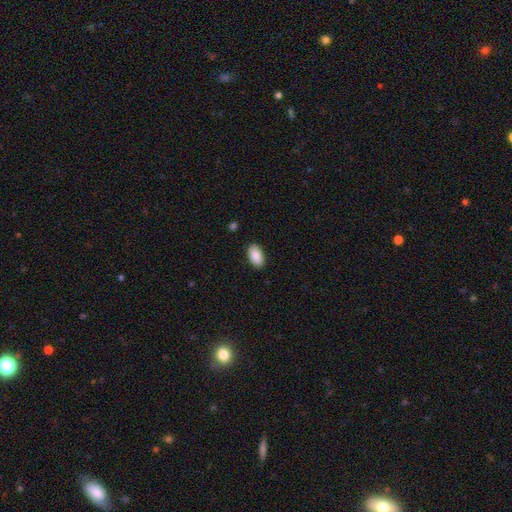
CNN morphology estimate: smooth-or-featured: smooth: 88% | star or artifact: 6% | featured or disk: 6%
  how-rounded: in between: 95% | round: 3% | cigar-shaped: 2%
  merging: none: 88% | minor disturbance: 9% | major disturbance: 2% | merger: 1%